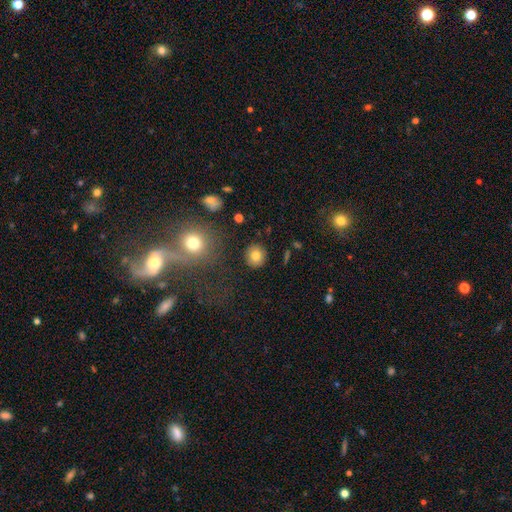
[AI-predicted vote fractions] Smooth or featured: smooth — 81% (star or artifact — 11%)
How rounded: round — 87% (in between — 12%)
Merging: none — 90% (minor disturbance — 6%)